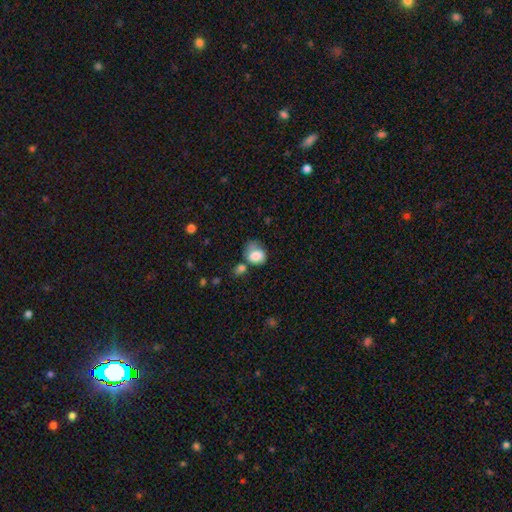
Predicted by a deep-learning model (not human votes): This is likely a smooth galaxy (79%). How rounded: possibly in between (50%). Merging: marginally none (31%).